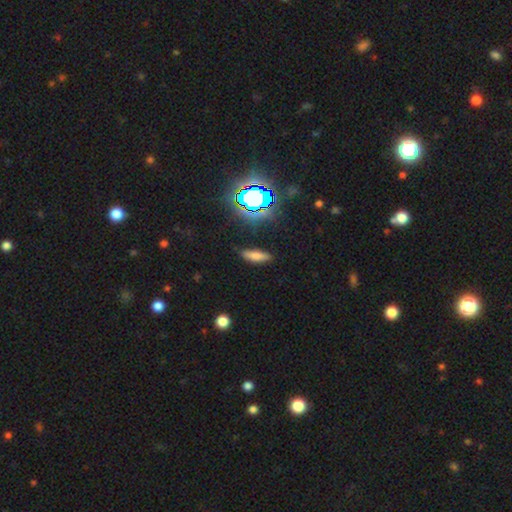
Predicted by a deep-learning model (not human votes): Smooth or featured: smooth — 67% (star or artifact — 19%)
How rounded: cigar-shaped — 49% (in between — 47%)
Merging: none — 85% (minor disturbance — 10%)